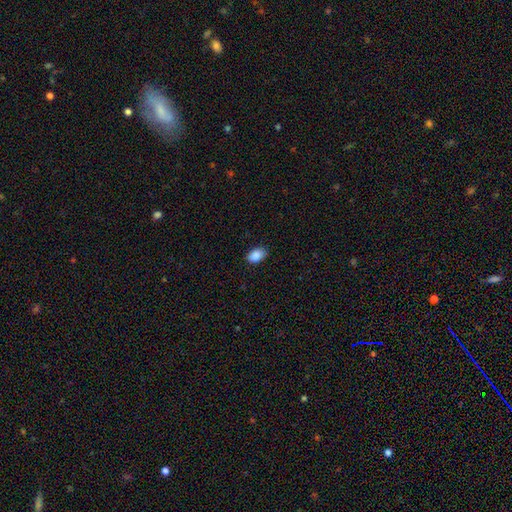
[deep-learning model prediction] Overall: smooth (89%). How rounded: in between (90%). Merging: none (84%).